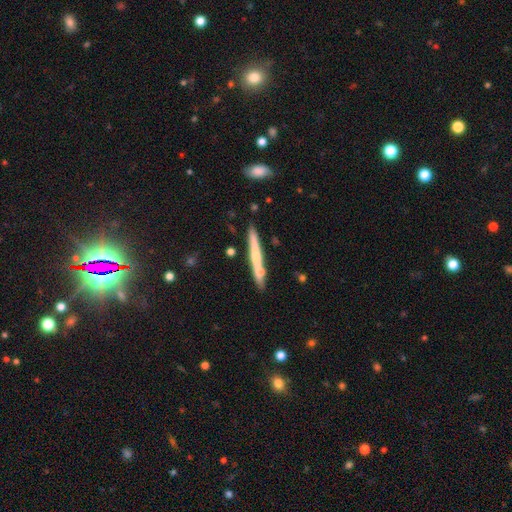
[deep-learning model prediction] Smooth or featured?
  - smooth: 52% *
  - featured or disk: 42%
  - star or artifact: 6%
How rounded?
  - cigar-shaped: 96% *
  - in between: 3%
  - round: 1%
Merging?
  - none: 76% *
  - minor disturbance: 12%
  - merger: 9%
  - major disturbance: 2%